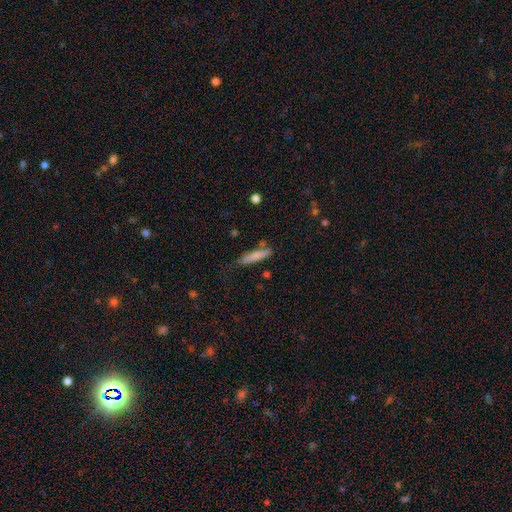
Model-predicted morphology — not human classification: smooth 78%, featured or disk 16%, star or artifact 6%. Down the decision tree: how rounded — cigar-shaped (86%); merging — none (70%).